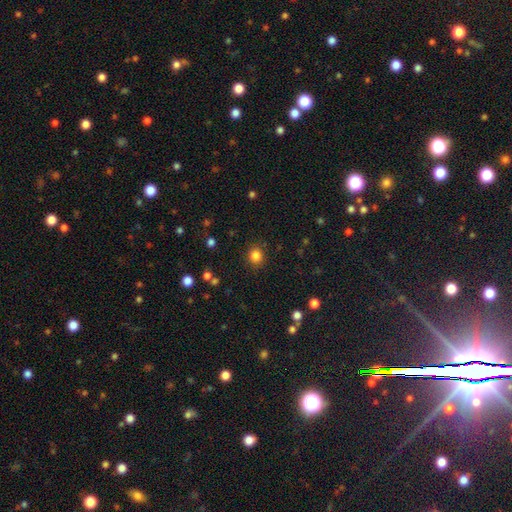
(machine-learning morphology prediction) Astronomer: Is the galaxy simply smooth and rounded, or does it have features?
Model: smooth — 84%.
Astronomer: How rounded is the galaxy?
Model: round — 83%.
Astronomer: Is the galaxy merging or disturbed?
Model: none — 89%.